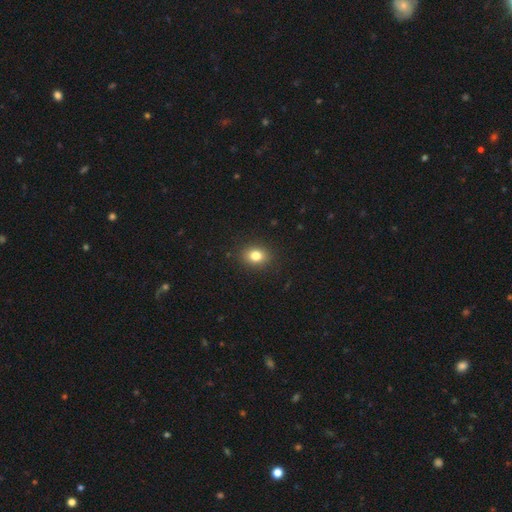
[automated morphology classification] smooth 81%, star or artifact 11%, featured or disk 8%. Down the decision tree: how rounded — in between (51%); merging — none (89%).